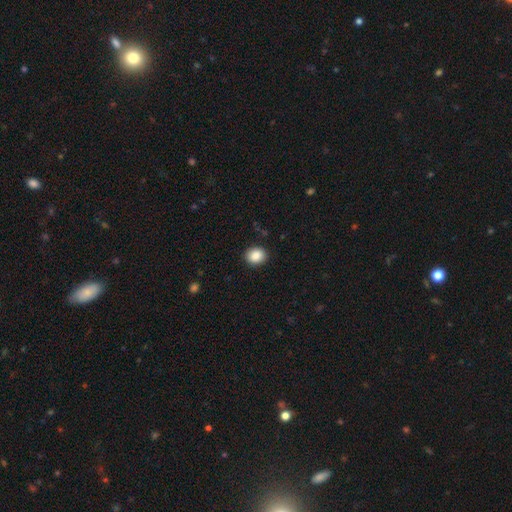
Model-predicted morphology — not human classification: smooth_or_featured: smooth (p=0.88) [alt: star or artifact p=0.08]
how_rounded: round (p=0.61) [alt: in between p=0.38]
merging: none (p=0.90) [alt: minor disturbance p=0.07]